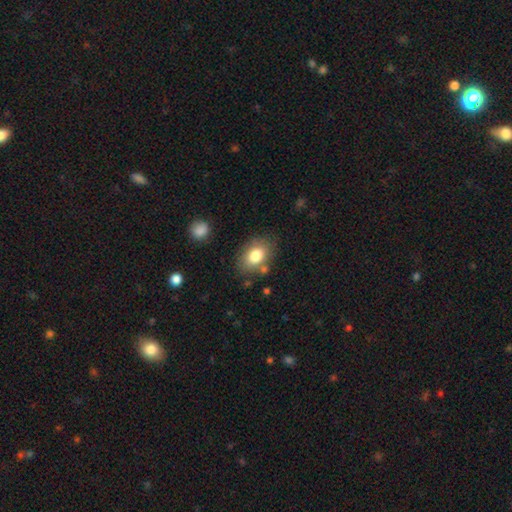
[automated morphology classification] Overall: smooth (80%). How rounded: in between (79%). Merging: none (75%).